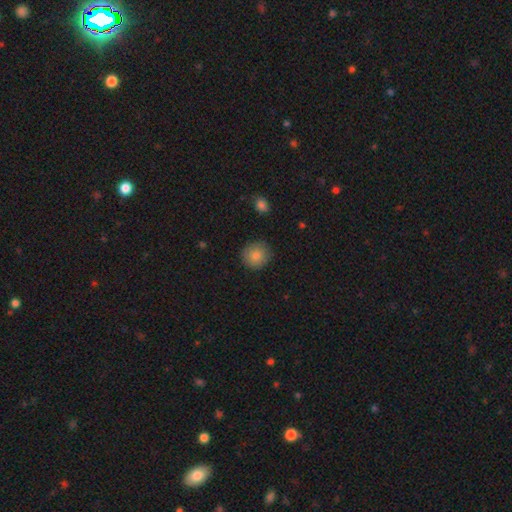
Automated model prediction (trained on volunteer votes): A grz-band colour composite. It shows a smooth galaxy with no disk features (86%) that is round (92%). Merging: none (88%).